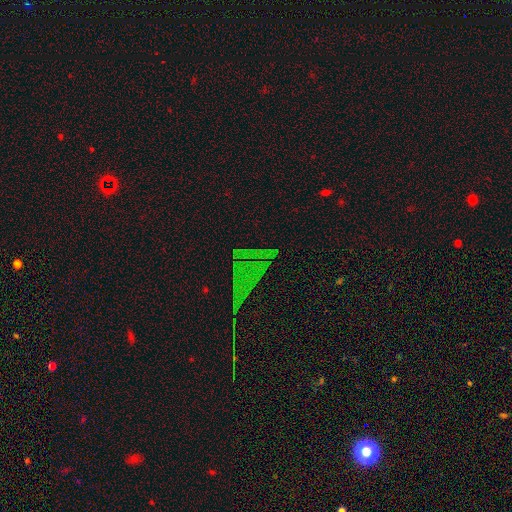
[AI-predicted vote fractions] smooth-or-featured: star or artifact: 70% | smooth: 16% | featured or disk: 14%